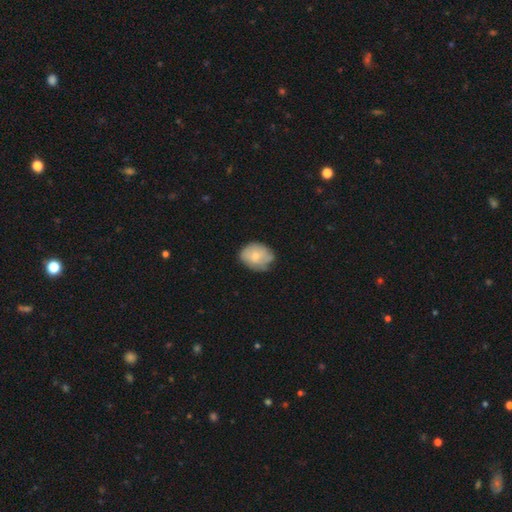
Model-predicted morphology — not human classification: This is likely a smooth galaxy (70%). How rounded: possibly in between (51%). Merging: possibly none (58%).